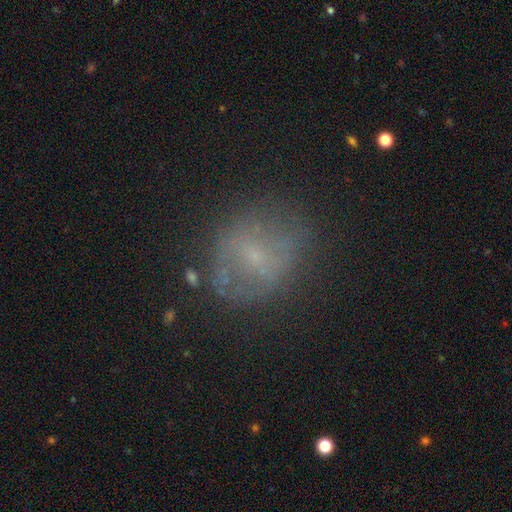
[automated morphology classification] Overall: featured or disk (49%; smooth 36%). Merging: none (69%).